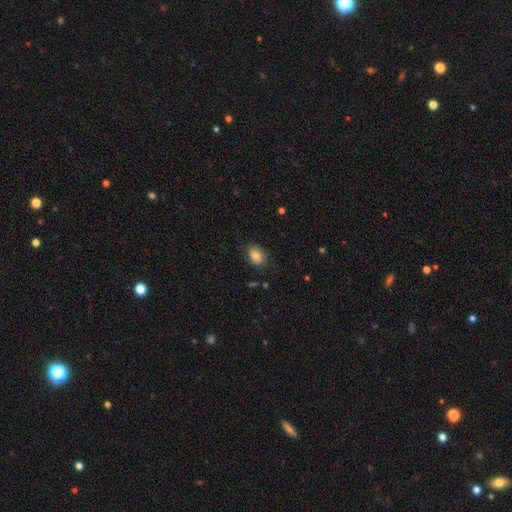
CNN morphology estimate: Smooth or featured: smooth — 82% (star or artifact — 9%)
How rounded: in between — 70% (round — 29%)
Merging: none — 83% (minor disturbance — 13%)